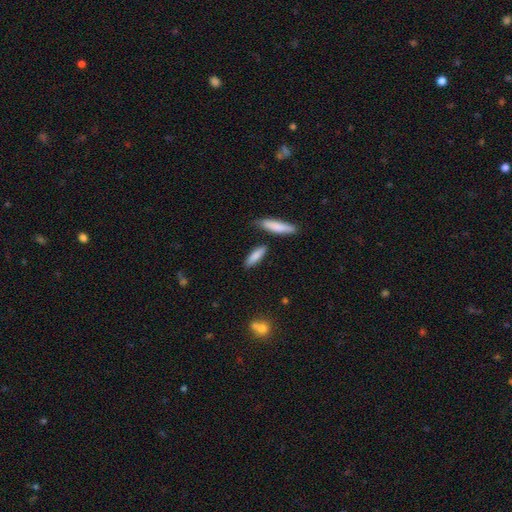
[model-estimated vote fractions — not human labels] A smooth galaxy with no disk features (83%) that is cigar-shaped (57%). Merging: none (79%).